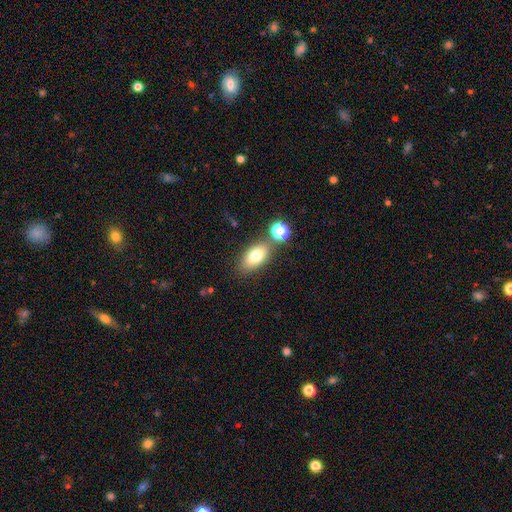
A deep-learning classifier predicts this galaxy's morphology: type=smooth (77%); roundness=in between (87%); merging=none (72%).